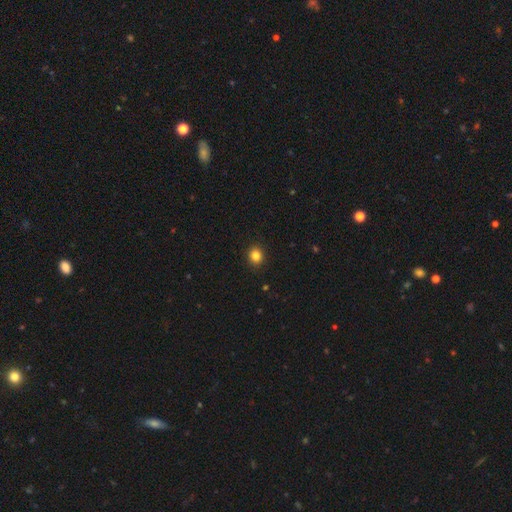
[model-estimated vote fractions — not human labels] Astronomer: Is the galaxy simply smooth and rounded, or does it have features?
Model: smooth — 84%.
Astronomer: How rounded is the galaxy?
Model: round — 75%.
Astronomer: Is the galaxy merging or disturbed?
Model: none — 92%.